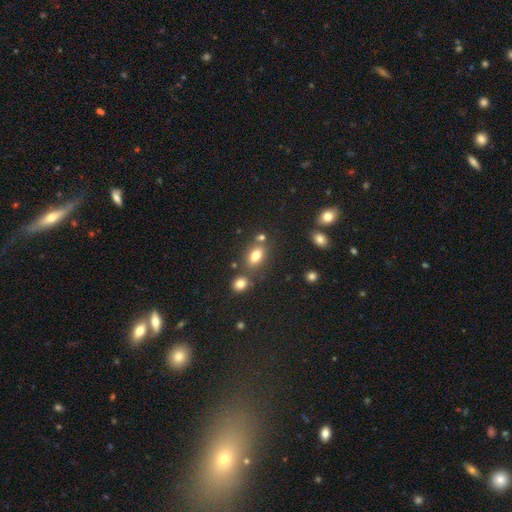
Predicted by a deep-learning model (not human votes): Q: Smooth or featured?
A: smooth (78%); runner-up: star or artifact (12%)
Q: How rounded?
A: in between (82%); runner-up: round (14%)
Q: Merging?
A: none (67%); runner-up: merger (17%)